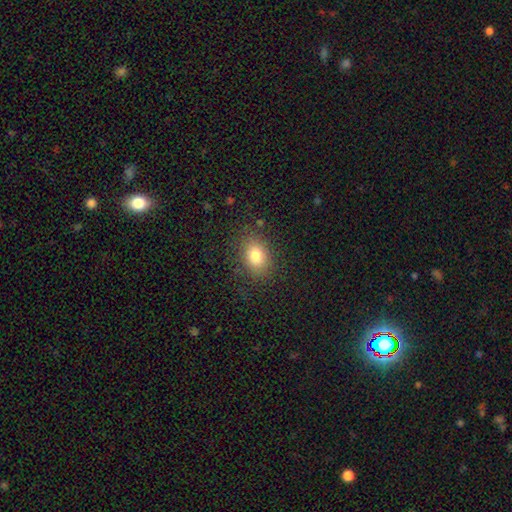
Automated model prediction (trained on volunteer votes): Overall: smooth (80%). How rounded: in between (71%). Merging: none (83%).